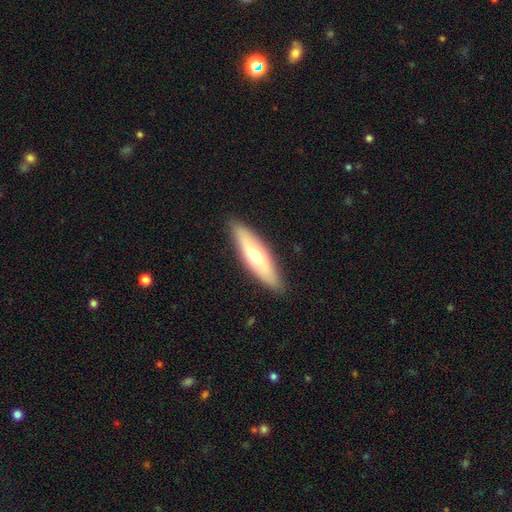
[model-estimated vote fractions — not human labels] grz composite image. It shows a smooth galaxy with no disk features (57%) that is cigar-shaped (65%). Merging: none (88%).